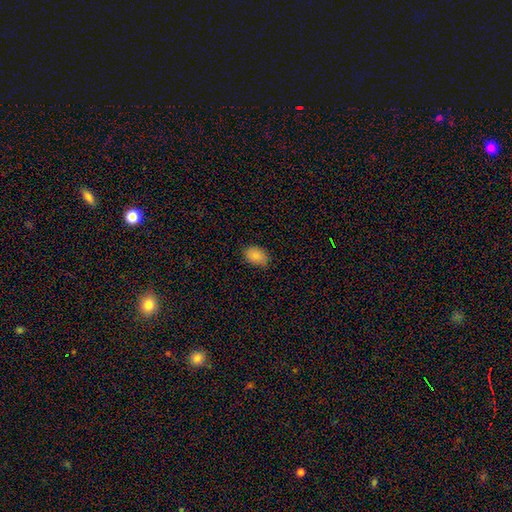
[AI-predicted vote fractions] This is clearly a smooth galaxy (87%). How rounded: clearly in between (84%). Merging: clearly none (80%).